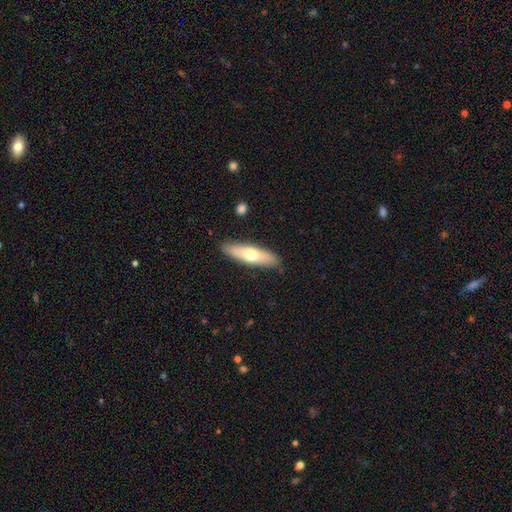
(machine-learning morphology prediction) smooth-or-featured: smooth: 56% | featured or disk: 39% | star or artifact: 6%
  how-rounded: cigar-shaped: 61% | in between: 37% | round: 2%
  merging: none: 88% | minor disturbance: 9% | major disturbance: 2% | merger: 1%